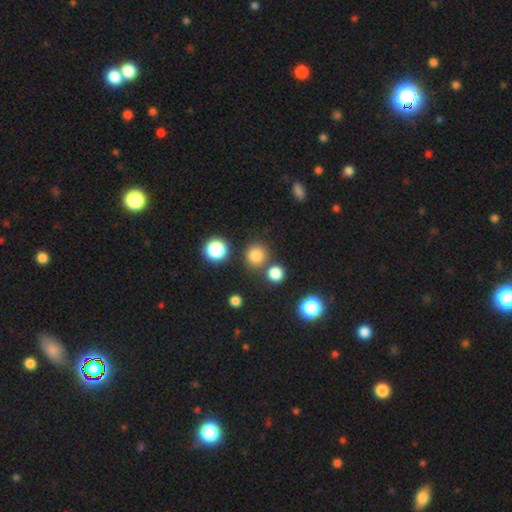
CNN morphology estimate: smooth_or_featured: smooth (p=0.79) [alt: star or artifact p=0.16]
how_rounded: round (p=0.91) [alt: in between p=0.08]
merging: none (p=0.78) [alt: merger p=0.11]